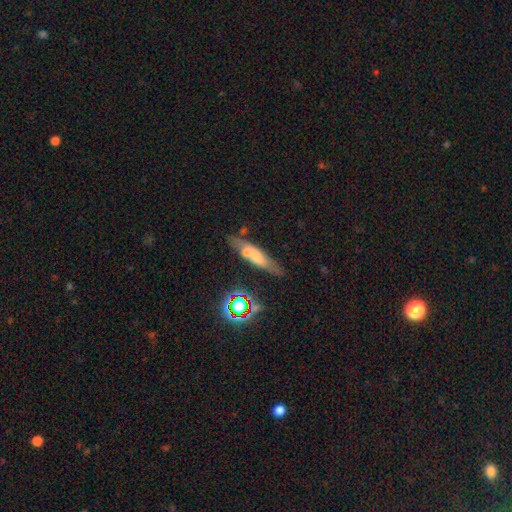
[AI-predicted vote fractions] Smooth or featured: smooth — 49% (featured or disk — 35%)
Merging: none — 63% (minor disturbance — 18%)